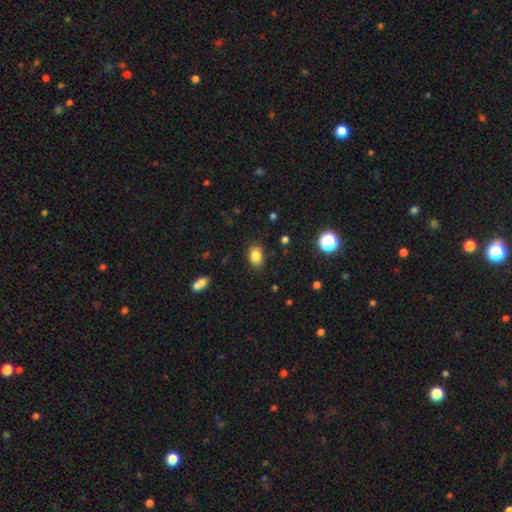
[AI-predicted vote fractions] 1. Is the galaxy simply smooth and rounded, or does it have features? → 84% smooth, 10% star or artifact, 6% featured or disk.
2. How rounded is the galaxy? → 76% in between, 22% round, 1% cigar-shaped.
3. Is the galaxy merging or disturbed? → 84% none, 11% minor disturbance, 3% major disturbance, 2% merger.